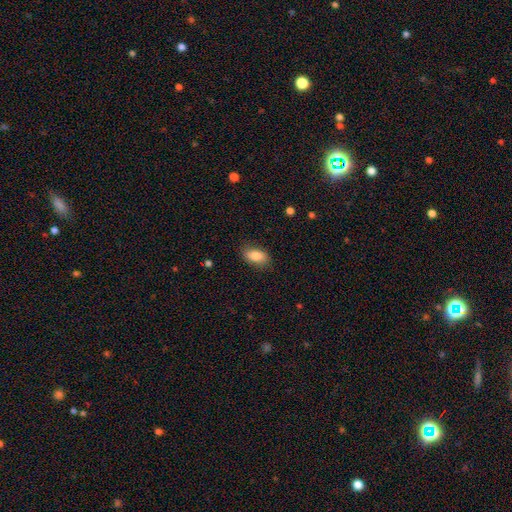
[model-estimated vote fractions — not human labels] A smooth galaxy with no disk features (84%) that is in between round and cigar-shaped (90%).

Vote fractions:
- Smooth or featured? smooth: 84% / featured or disk: 8% / star or artifact: 7%
- How rounded? in between: 90% / round: 6% / cigar-shaped: 4%
- Merging? none: 82% / minor disturbance: 13% / major disturbance: 3% / merger: 1%